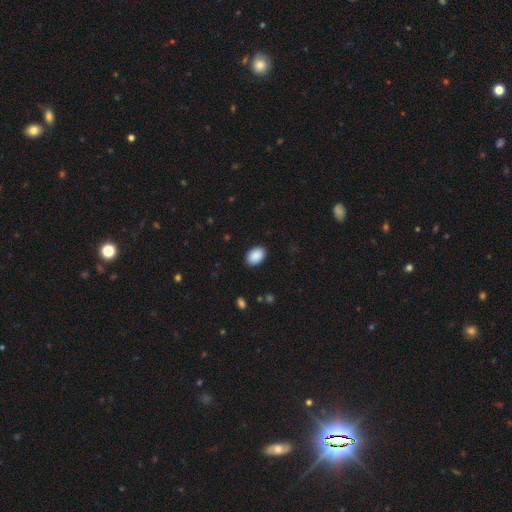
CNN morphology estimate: This is clearly a smooth galaxy (90%). How rounded: clearly in between (84%). Merging: clearly none (89%).